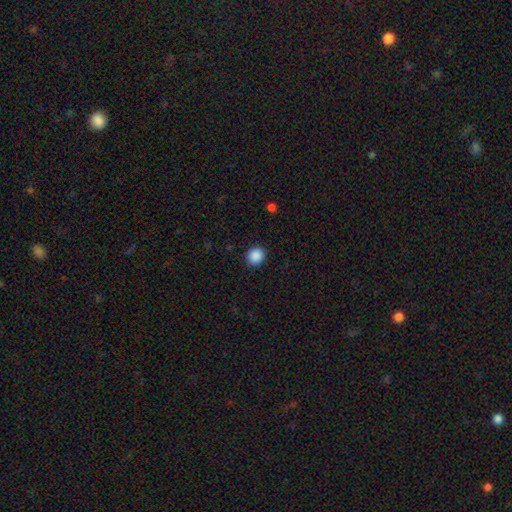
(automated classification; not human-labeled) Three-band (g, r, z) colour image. It shows a smooth galaxy with no disk features (89%) that is round (80%). Merging: none (91%).